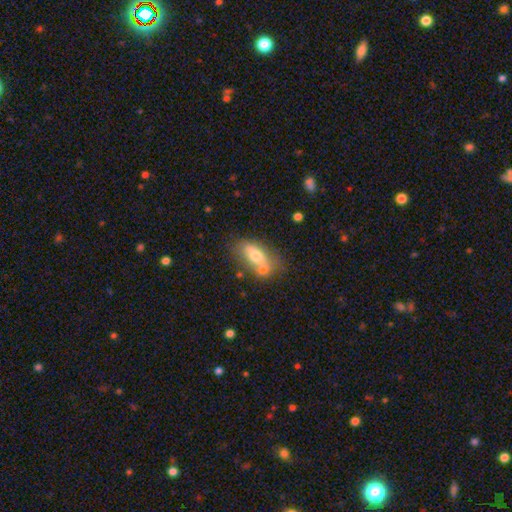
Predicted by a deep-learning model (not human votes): This is likely a smooth galaxy (65%). How rounded: clearly in between (83%). Merging: possibly none (48%).